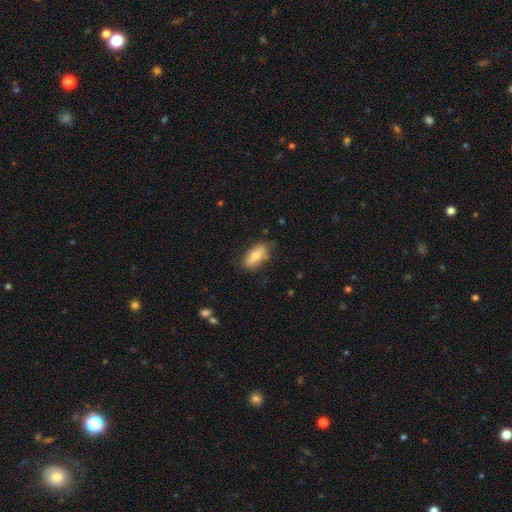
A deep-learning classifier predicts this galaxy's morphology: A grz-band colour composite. It shows a smooth galaxy with no disk features (73%) that is in between round and cigar-shaped (81%). Merging: none (76%).